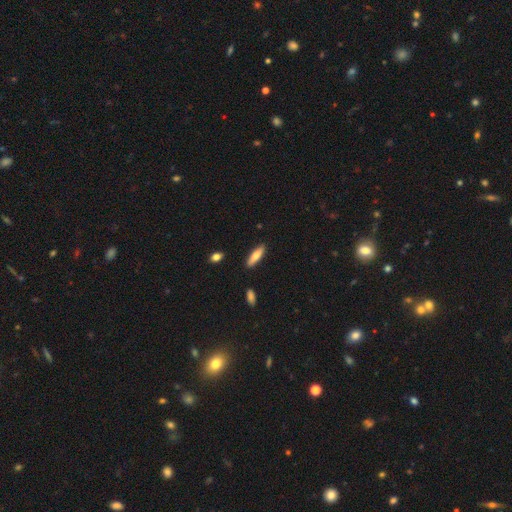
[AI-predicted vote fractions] smooth-or-featured: smooth: 75% | featured or disk: 19% | star or artifact: 6%
  how-rounded: cigar-shaped: 62% | in between: 37% | round: 2%
  merging: none: 87% | minor disturbance: 9% | merger: 2% | major disturbance: 2%